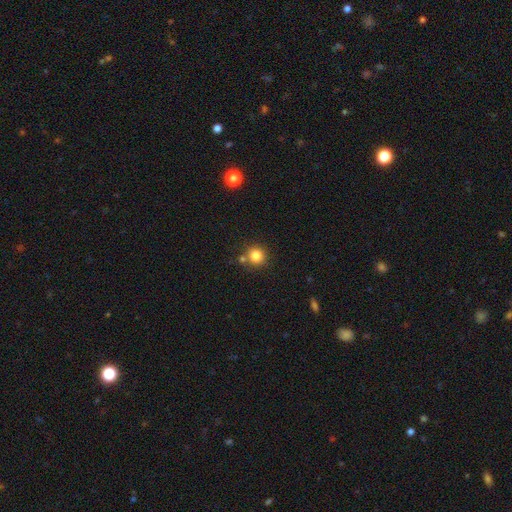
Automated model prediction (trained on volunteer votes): Smooth or featured? Predicted: smooth (p=0.83). How rounded? Predicted: round (p=0.92). Merging? Predicted: none (p=0.75).